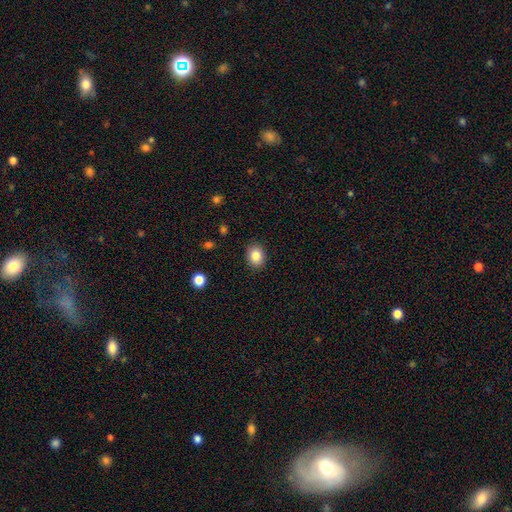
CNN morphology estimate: Smooth or featured? smooth (85%)
How rounded? round (55%)
Merging? none (89%)